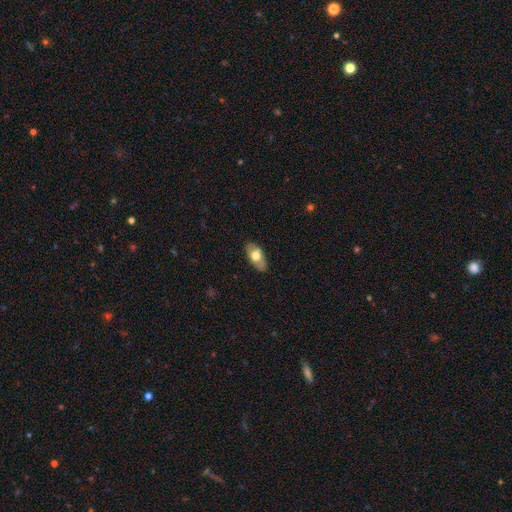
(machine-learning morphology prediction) The model was most divided on "smooth or featured": smooth: 61%, featured or disk: 33%, star or artifact: 6%. More confident: how rounded — in between (89%); merging — none (84%).